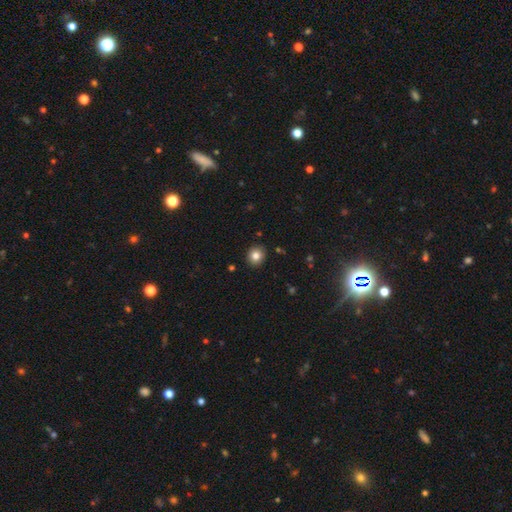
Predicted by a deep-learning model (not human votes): A smooth galaxy with no disk features (82%) that is round (84%). Merging: none (91%).